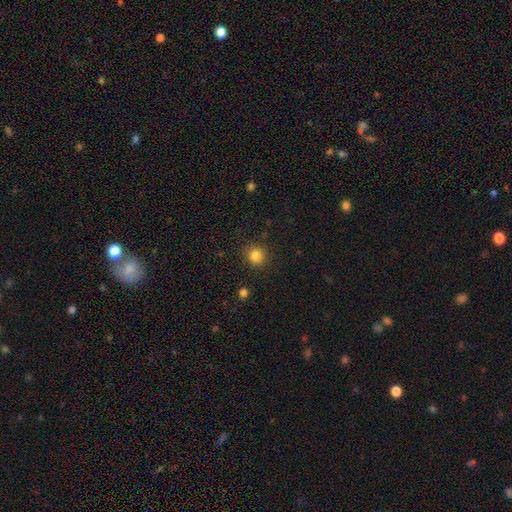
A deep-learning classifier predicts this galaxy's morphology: Overall: smooth (83%). How rounded: round (88%). Merging: none (89%).